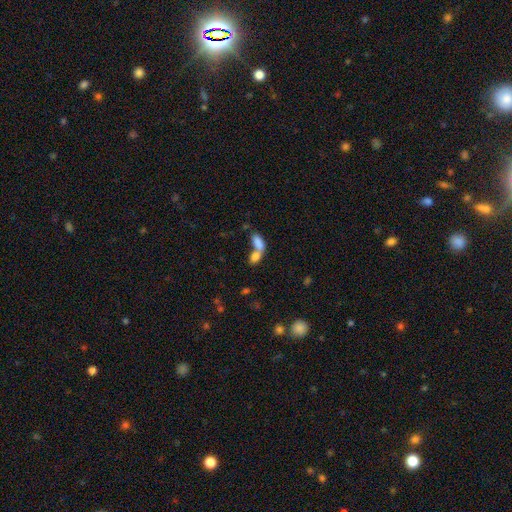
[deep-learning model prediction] smooth-or-featured: smooth: 79% | featured or disk: 11% | star or artifact: 10%
  how-rounded: in between: 84% | round: 9% | cigar-shaped: 7%
  merging: merger: 70% | none: 20% | minor disturbance: 6% | major disturbance: 4%